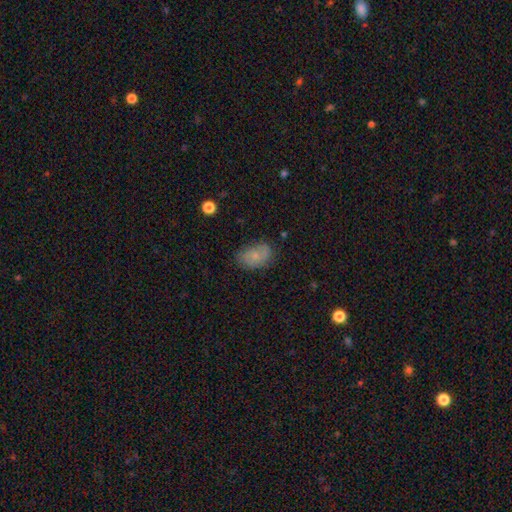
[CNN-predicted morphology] type=smooth (68%); roundness=in between (86%); merging=none (65%).